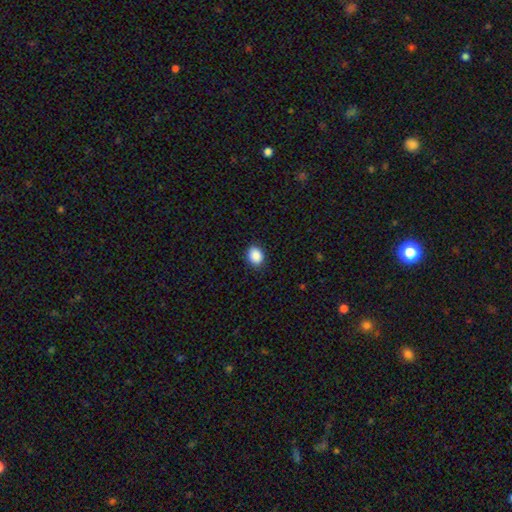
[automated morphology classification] This appears to be a smooth galaxy with no disk features (89%) that is in between round and cigar-shaped (54%). Merging: none (89%).